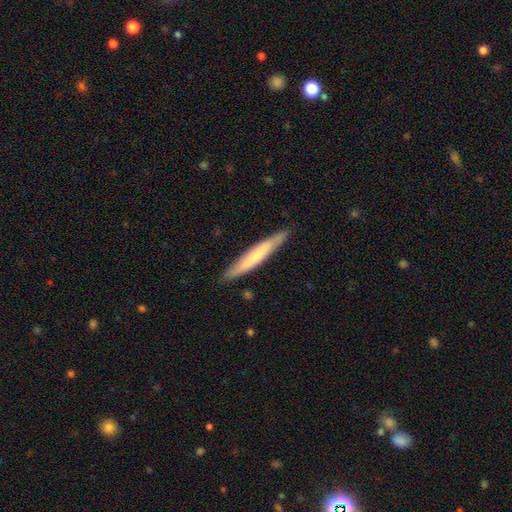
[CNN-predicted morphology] smooth_or_featured: smooth (p=0.58) [alt: featured or disk p=0.37]
how_rounded: cigar-shaped (p=0.95) [alt: in between p=0.04]
merging: none (p=0.88) [alt: minor disturbance p=0.09]